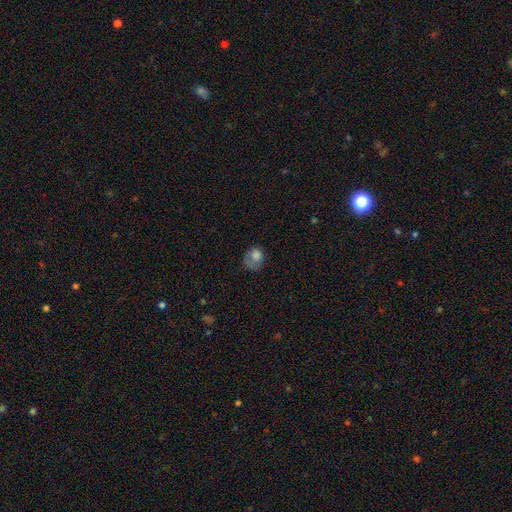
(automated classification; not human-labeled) A smooth galaxy with no disk features (74%) that is round (55%). Merging: none (39%).